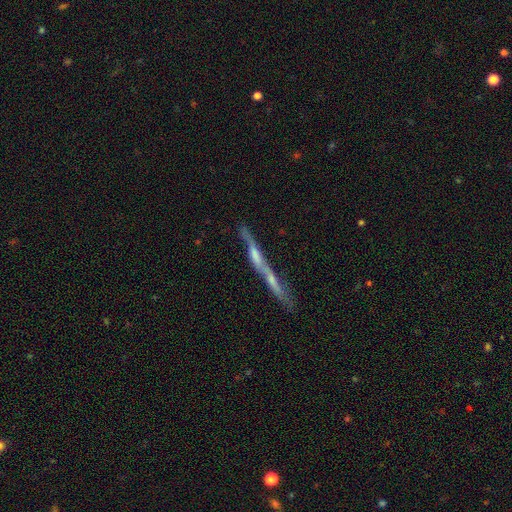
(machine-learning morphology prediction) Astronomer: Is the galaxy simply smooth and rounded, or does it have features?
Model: featured or disk — 69%.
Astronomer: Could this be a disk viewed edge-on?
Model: yes — 94%.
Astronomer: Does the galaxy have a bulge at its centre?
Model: rounded — 49% (runner-up: none, 41%).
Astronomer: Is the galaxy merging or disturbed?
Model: none — 71%.